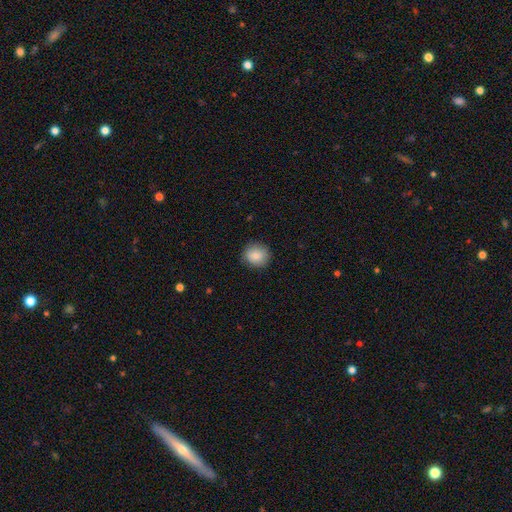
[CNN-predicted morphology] Smooth or featured?
  - smooth: 85% *
  - star or artifact: 8%
  - featured or disk: 7%
How rounded?
  - round: 80% *
  - in between: 19%
  - cigar-shaped: 1%
Merging?
  - none: 86% *
  - minor disturbance: 11%
  - major disturbance: 3%
  - merger: 1%